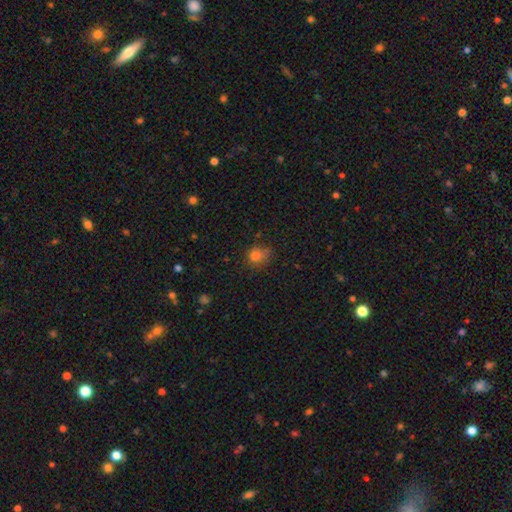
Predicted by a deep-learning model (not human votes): This appears to be a smooth galaxy with no disk features (78%) that is round (67%). Merging: none (58%).